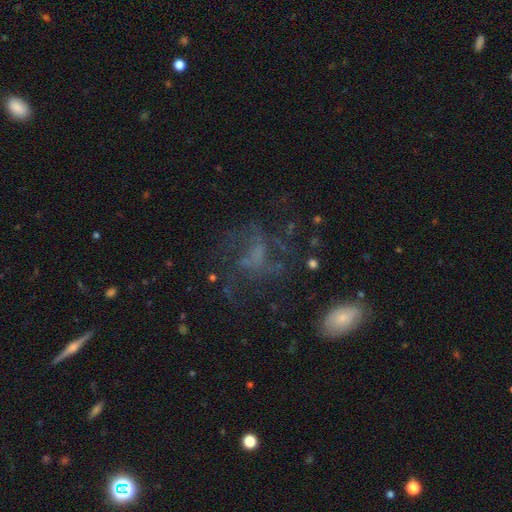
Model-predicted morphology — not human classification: Overall: featured or disk (57%; star or artifact 21%). Edge-on disk: no (97%). Bar: no (62%; weak 30%). Spiral arms: yes (63%; no 37%). Bulge size: none (54%; small 23%). Merging: none (53%; major disturbance 27%).